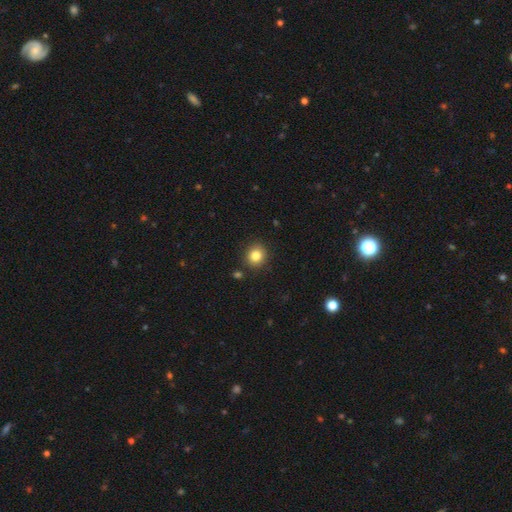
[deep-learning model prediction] Morphology: type=smooth (83%); roundness=round (84%); merging=none (88%).